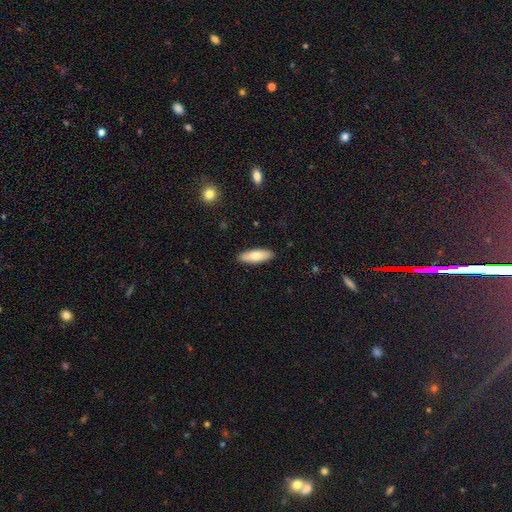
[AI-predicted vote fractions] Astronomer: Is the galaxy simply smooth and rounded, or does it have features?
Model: smooth — 78%.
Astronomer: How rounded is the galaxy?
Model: in between — 59% (runner-up: cigar-shaped, 39%).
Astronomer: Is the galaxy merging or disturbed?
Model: none — 90%.